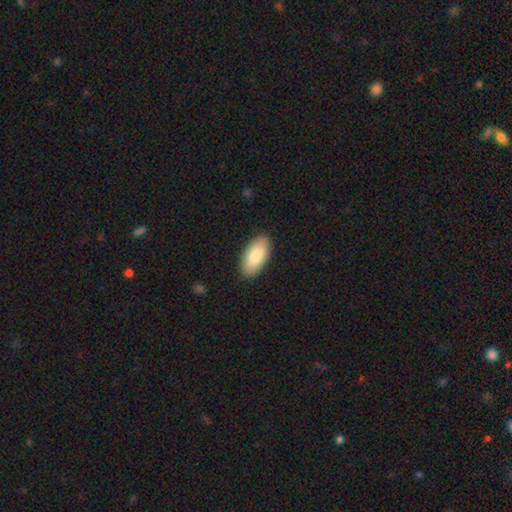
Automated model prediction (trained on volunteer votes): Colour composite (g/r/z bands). It shows a smooth galaxy with no disk features (82%) that is in between round and cigar-shaped (94%). Merging: none (89%).